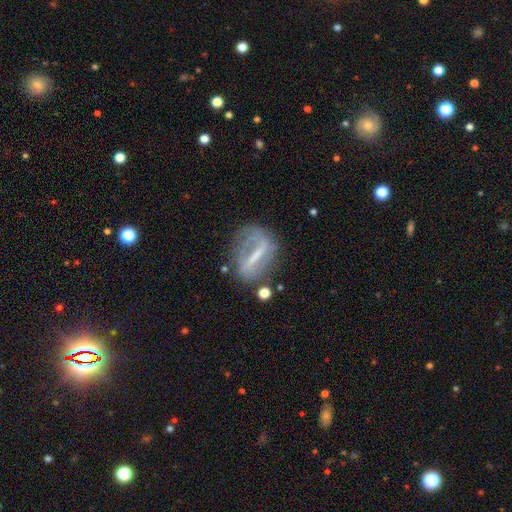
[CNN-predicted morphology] featured or disk 67%, smooth 23%, star or artifact 10%. Down the decision tree: edge-on disk — no (86%); bar — strong (68%); spiral arms — no (52%); bulge size — small (38%); merging — none (55%).